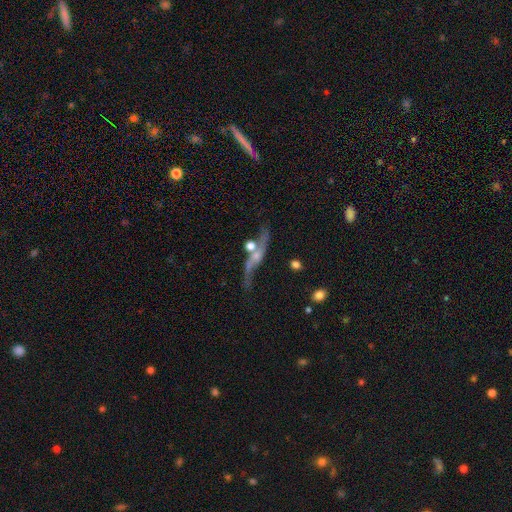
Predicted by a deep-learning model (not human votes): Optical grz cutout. It shows a featured or disk galaxy (77%) with no bar (60%), spiral arms (84%) and a small central bulge (49%). Merging: none (48%).